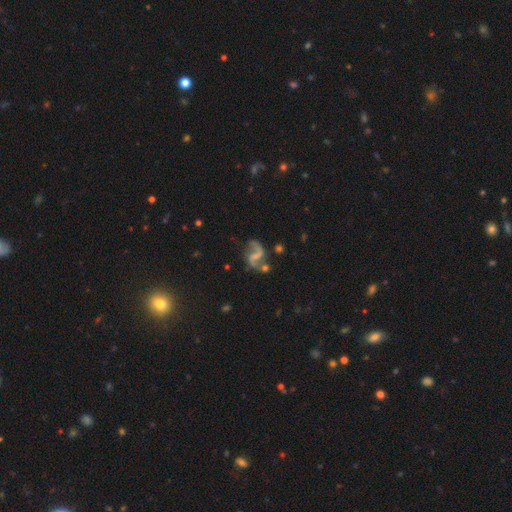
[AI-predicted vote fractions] Q: Smooth or featured?
A: featured or disk (85%); runner-up: smooth (8%)
Q: Edge-on disk?
A: no (98%); runner-up: yes (2%)
Q: Bar?
A: weak (45%); runner-up: no (28%)
Q: Spiral arms?
A: yes (94%); runner-up: no (6%)
Q: Spiral winding?
A: loose (72%); runner-up: medium (23%)
Q: Spiral arm count?
A: 2 (90%); runner-up: 1 (5%)
Q: Bulge size?
A: none (54%); runner-up: small (32%)
Q: Merging?
A: none (59%); runner-up: minor disturbance (19%)